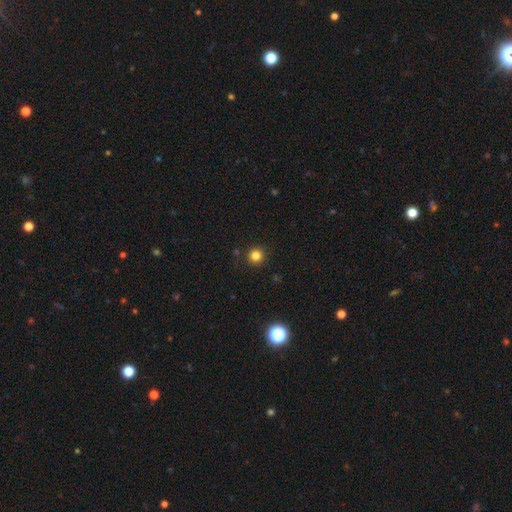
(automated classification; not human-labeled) Smooth or featured: smooth — 82% (star or artifact — 14%)
How rounded: round — 94% (in between — 5%)
Merging: none — 90% (minor disturbance — 6%)